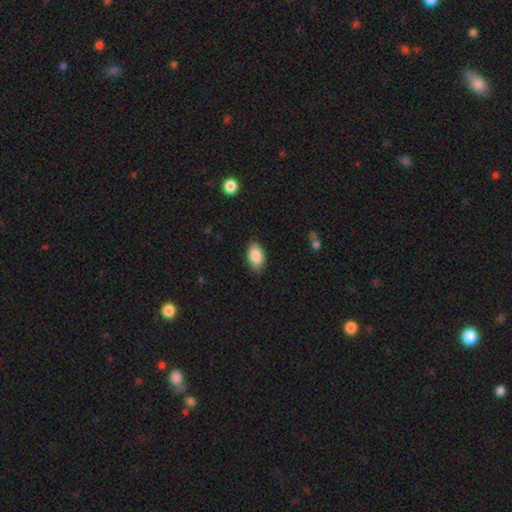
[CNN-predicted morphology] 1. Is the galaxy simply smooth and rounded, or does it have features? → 87% smooth, 6% star or artifact, 6% featured or disk.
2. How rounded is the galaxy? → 94% in between, 4% round, 2% cigar-shaped.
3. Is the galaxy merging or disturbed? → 85% none, 12% minor disturbance, 2% major disturbance, 1% merger.